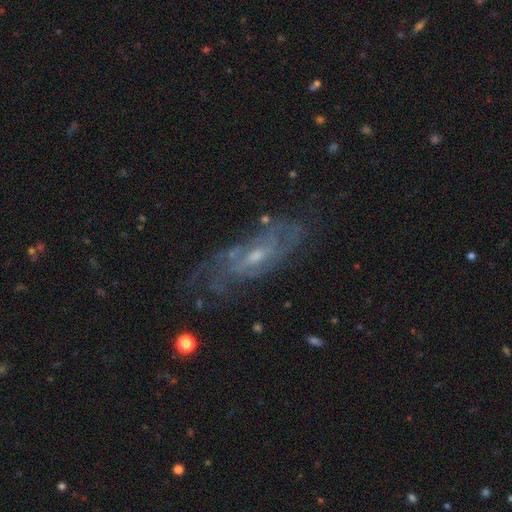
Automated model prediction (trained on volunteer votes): The model was most divided on "bar": no: 49%, weak: 42%, strong: 9%. More confident: spiral arms — yes (89%); edge-on disk — no (84%); smooth or featured — featured or disk (79%); merging — none (71%); bulge size — small (57%); spiral winding — tight (53%); spiral arm count — can't tell (51%).